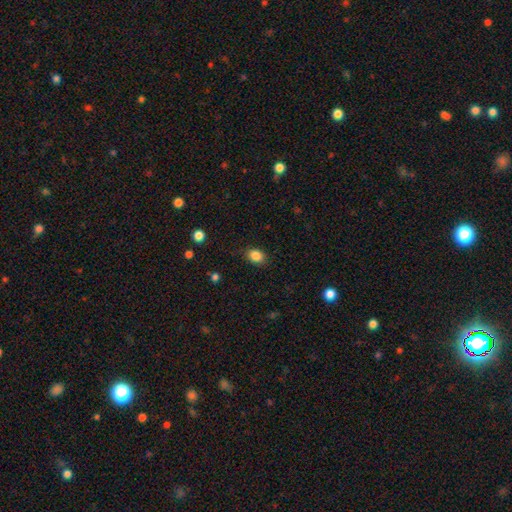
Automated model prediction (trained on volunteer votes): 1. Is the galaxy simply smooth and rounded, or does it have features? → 86% smooth, 10% star or artifact, 4% featured or disk.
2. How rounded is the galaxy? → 58% in between, 41% round, 1% cigar-shaped.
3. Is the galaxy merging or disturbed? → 85% none, 11% minor disturbance, 3% major disturbance, 1% merger.